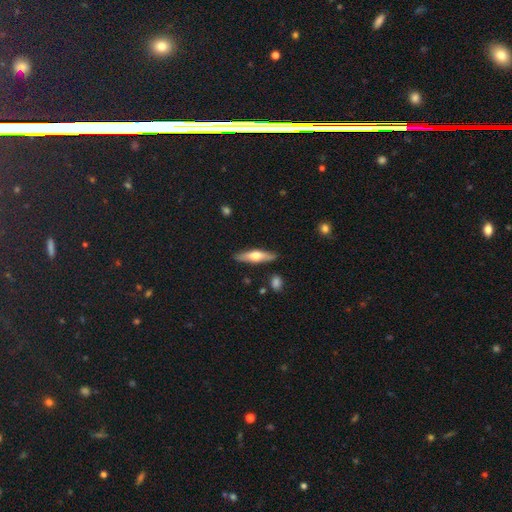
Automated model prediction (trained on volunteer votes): The model was most divided on "smooth or featured" (2-way tie): smooth: 47%, featured or disk: 47%, star or artifact: 6%. More confident: merging — none (86%).